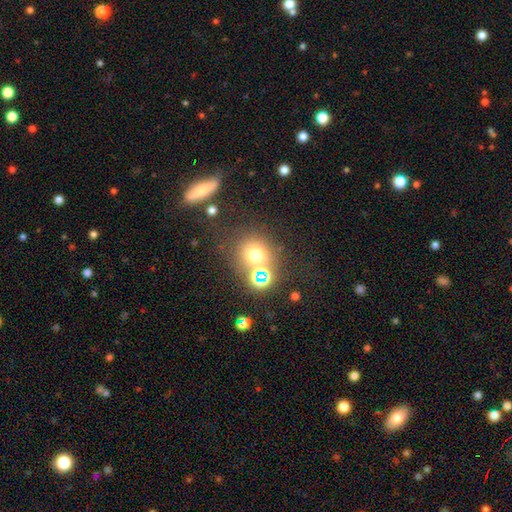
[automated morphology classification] Smooth or featured? Predicted: smooth (p=0.66). How rounded? Predicted: round (p=0.82). Merging? Predicted: none (p=0.65).